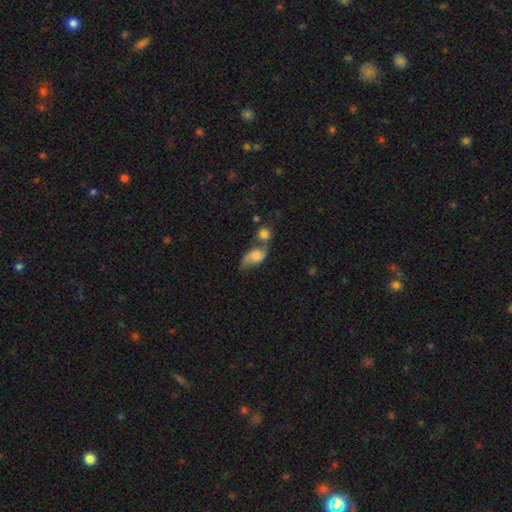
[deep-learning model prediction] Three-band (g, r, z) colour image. It shows a featured or disk galaxy (46%). Merging: merger (46%).